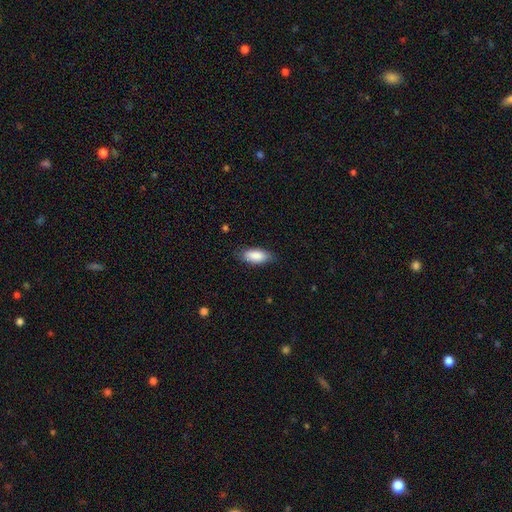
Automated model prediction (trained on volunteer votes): The model was most divided on "merging": none: 79%, minor disturbance: 16%, major disturbance: 3%, merger: 1%. More confident: smooth or featured — smooth (88%); how rounded — in between (87%).